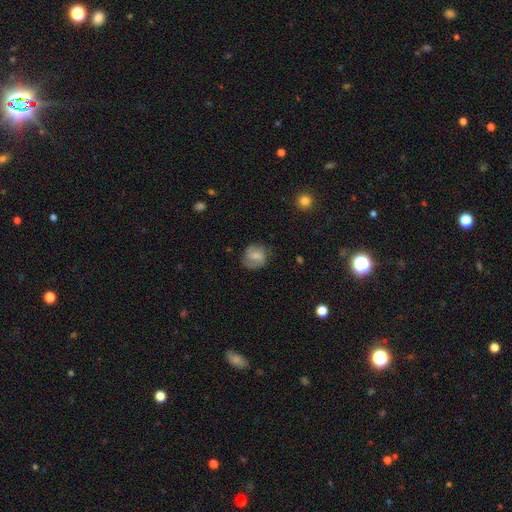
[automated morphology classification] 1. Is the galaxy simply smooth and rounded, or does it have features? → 55% smooth, 37% featured or disk, 8% star or artifact.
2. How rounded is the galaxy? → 77% round, 22% in between, 1% cigar-shaped.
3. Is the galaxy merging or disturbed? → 67% none, 23% minor disturbance, 9% major disturbance, 1% merger.